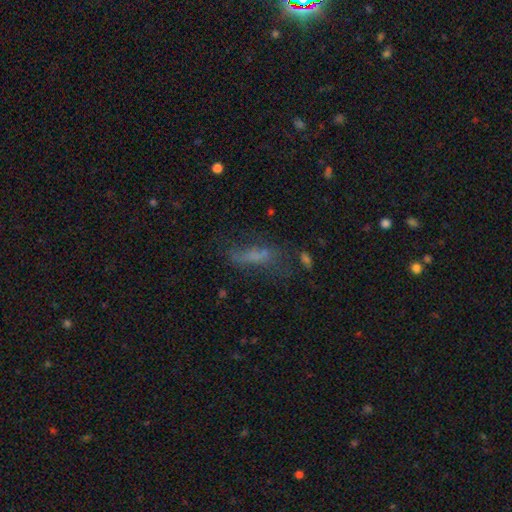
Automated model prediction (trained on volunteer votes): Q: Smooth or featured?
A: smooth (53%); runner-up: featured or disk (28%)
Q: How rounded?
A: cigar-shaped (58%); runner-up: in between (39%)
Q: Merging?
A: none (48%); runner-up: major disturbance (24%)